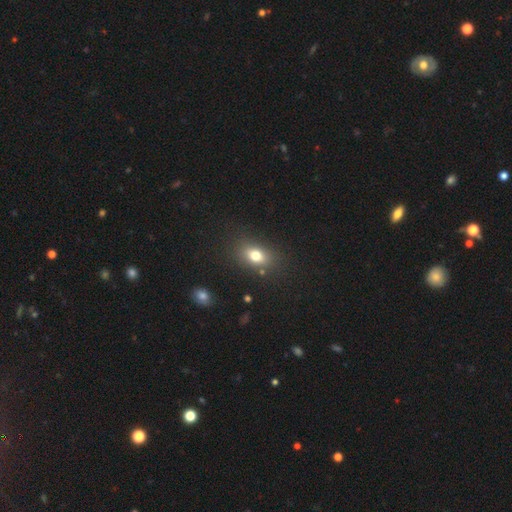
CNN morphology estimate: Smooth or featured?
  - smooth: 76% *
  - star or artifact: 12%
  - featured or disk: 11%
How rounded?
  - in between: 73% *
  - round: 24%
  - cigar-shaped: 2%
Merging?
  - none: 79% *
  - minor disturbance: 13%
  - major disturbance: 5%
  - merger: 3%